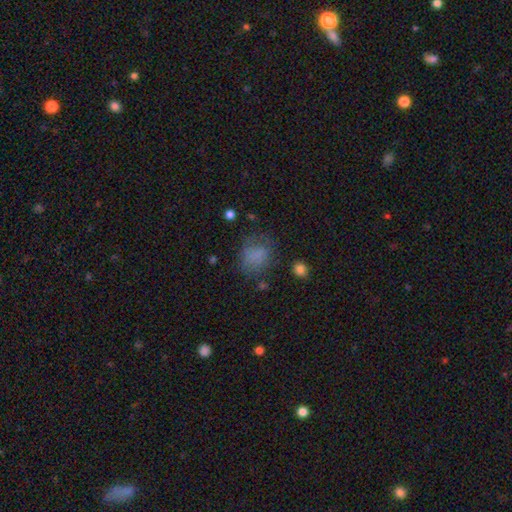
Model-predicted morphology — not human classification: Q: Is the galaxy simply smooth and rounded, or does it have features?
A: smooth — 75%.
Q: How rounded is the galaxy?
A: round — 53%.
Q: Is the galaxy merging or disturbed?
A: none — 58%.